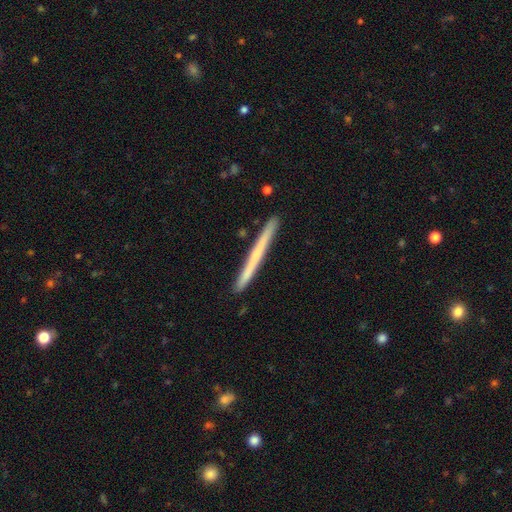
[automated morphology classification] smooth_or_featured: smooth (p=0.53) [alt: featured or disk p=0.42]
how_rounded: cigar-shaped (p=0.98) [alt: in between p=0.01]
merging: none (p=0.91) [alt: minor disturbance p=0.06]